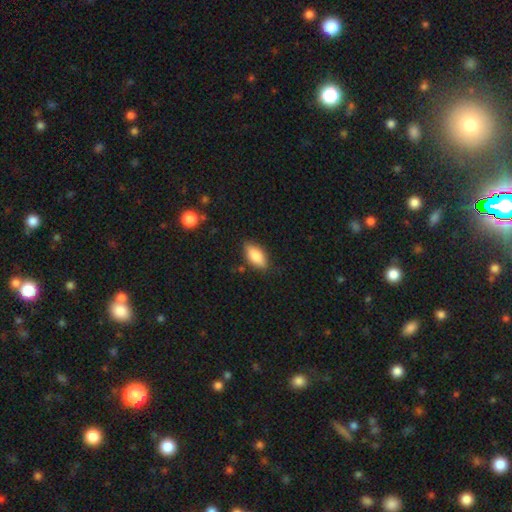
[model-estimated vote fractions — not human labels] smooth_or_featured: smooth (p=0.78) [alt: featured or disk p=0.15]
how_rounded: in between (p=0.84) [alt: cigar-shaped p=0.13]
merging: none (p=0.83) [alt: minor disturbance p=0.13]